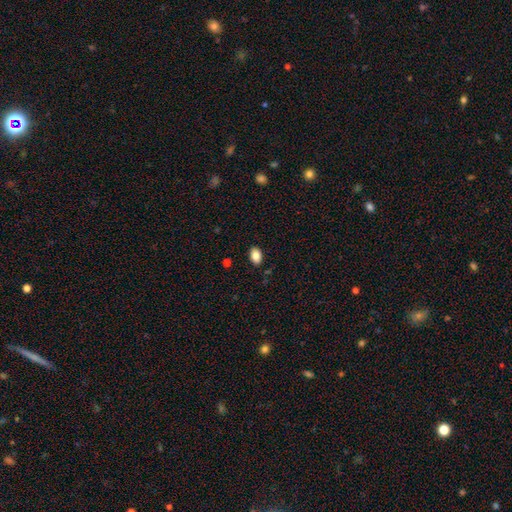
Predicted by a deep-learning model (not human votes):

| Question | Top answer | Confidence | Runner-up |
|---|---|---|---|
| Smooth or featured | smooth | 86% | star or artifact (8%) |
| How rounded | in between | 89% | round (10%) |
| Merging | none | 87% | minor disturbance (9%) |